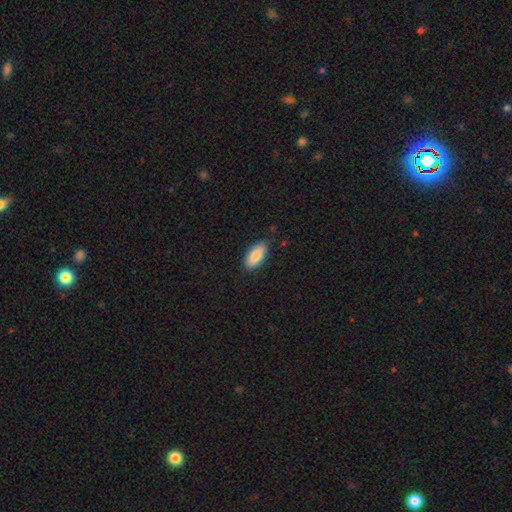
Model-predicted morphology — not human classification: type=smooth (87%); roundness=in between (88%); merging=none (84%).